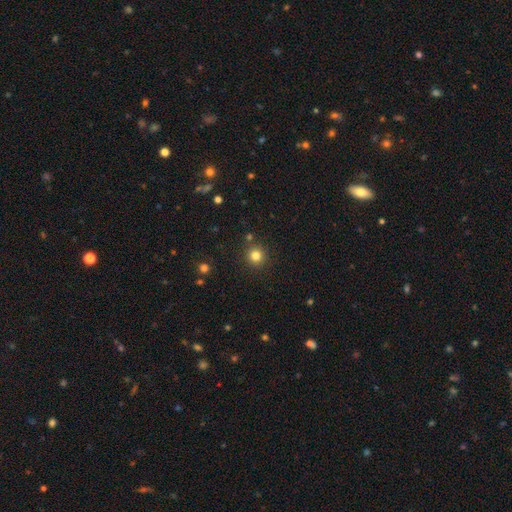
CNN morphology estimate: type=smooth (81%); roundness=round (94%); merging=none (87%).